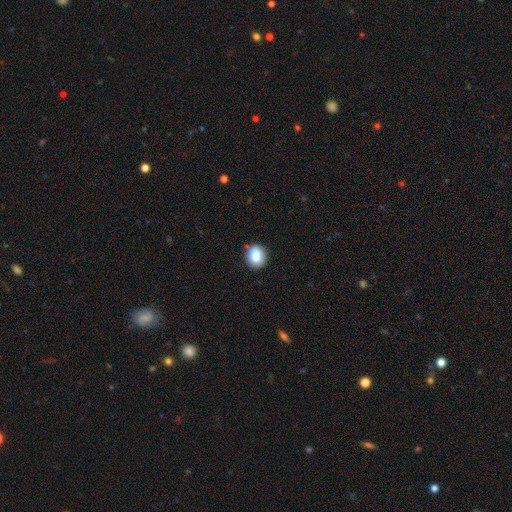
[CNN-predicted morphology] Smooth or featured?
  - smooth: 84% *
  - star or artifact: 9%
  - featured or disk: 7%
How rounded?
  - round: 65% *
  - in between: 34%
  - cigar-shaped: 1%
Merging?
  - none: 82% *
  - minor disturbance: 13%
  - major disturbance: 3%
  - merger: 2%